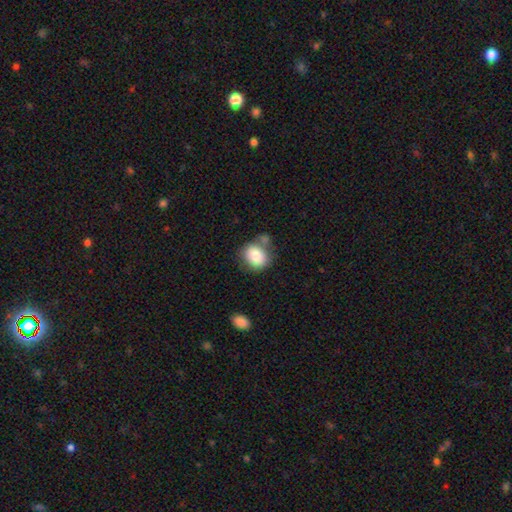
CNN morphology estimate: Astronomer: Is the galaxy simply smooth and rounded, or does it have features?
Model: smooth — 81%.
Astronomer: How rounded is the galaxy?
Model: round — 64%.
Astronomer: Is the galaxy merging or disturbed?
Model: none — 59%.